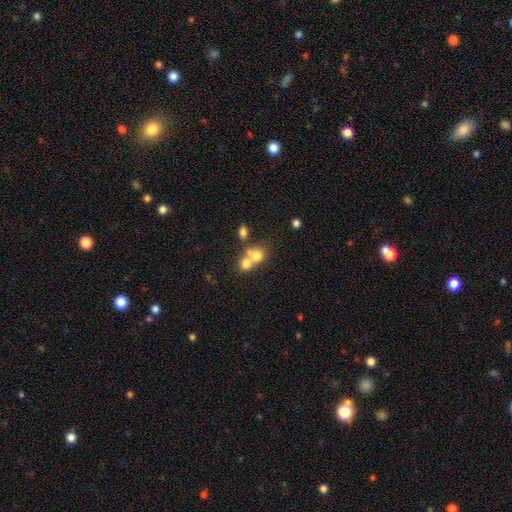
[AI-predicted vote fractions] smooth_or_featured: smooth (p=0.73) [alt: featured or disk p=0.16]
how_rounded: round (p=0.67) [alt: in between p=0.31]
merging: merger (p=0.62) [alt: none p=0.28]